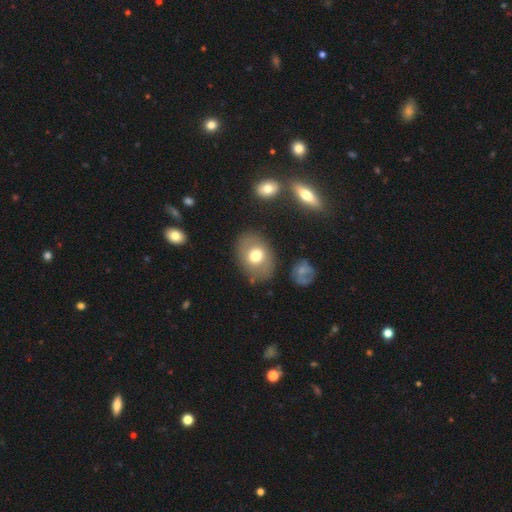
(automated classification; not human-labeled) Smooth or featured? Predicted: smooth (p=0.67). How rounded? Predicted: in between (p=0.69). Merging? Predicted: none (p=0.79).